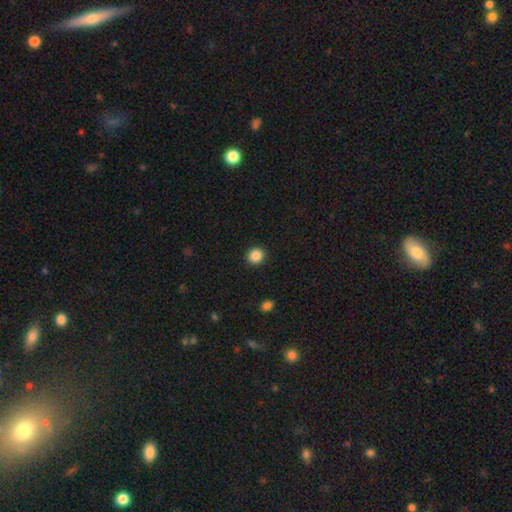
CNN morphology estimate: smooth_or_featured: smooth (p=0.87) [alt: star or artifact p=0.10]
how_rounded: round (p=0.84) [alt: in between p=0.15]
merging: none (p=0.92) [alt: minor disturbance p=0.05]